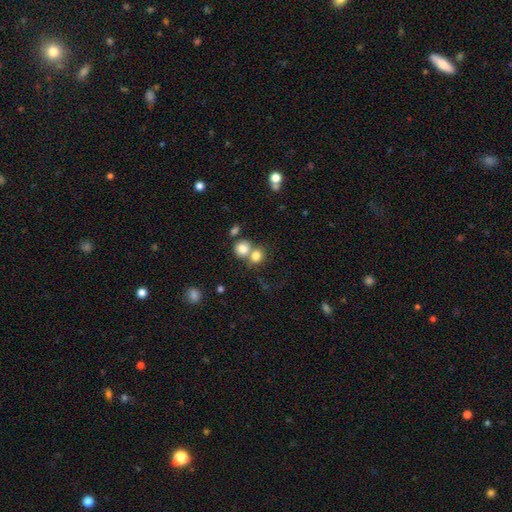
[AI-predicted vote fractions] This appears to be a smooth galaxy with no disk features (79%) that is round (76%). Merging: merger (49%).